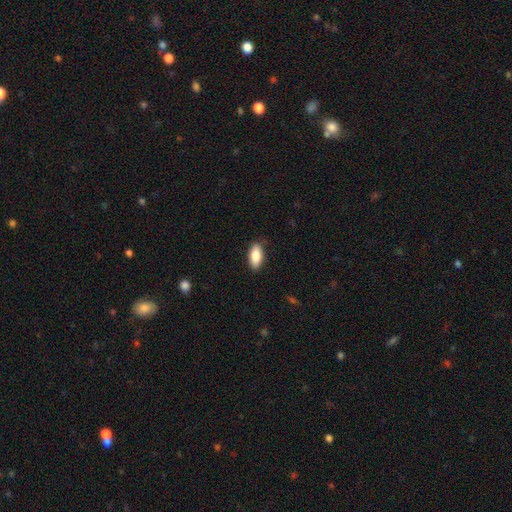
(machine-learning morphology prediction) type=smooth (85%); roundness=in between (88%); merging=none (87%).